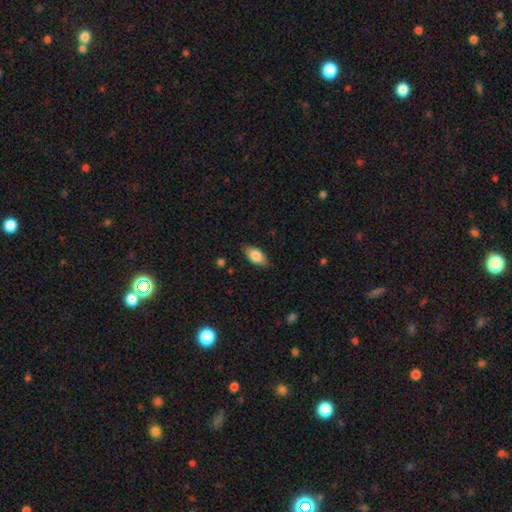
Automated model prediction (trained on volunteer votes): Morphology: type=smooth (83%); roundness=in between (91%); merging=none (83%).